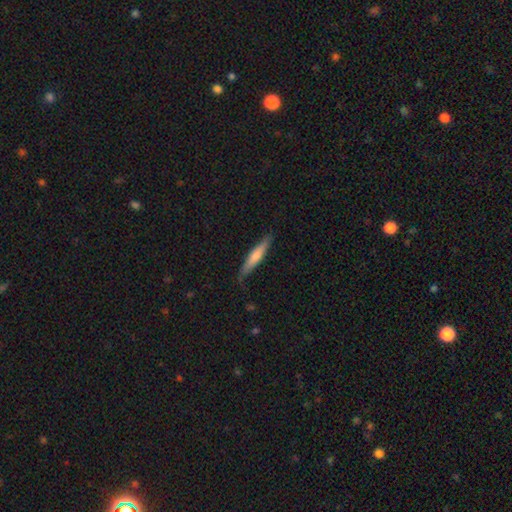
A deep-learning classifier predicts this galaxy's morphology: A smooth galaxy with no disk features (56%) that is cigar-shaped (92%). Merging: none (84%).